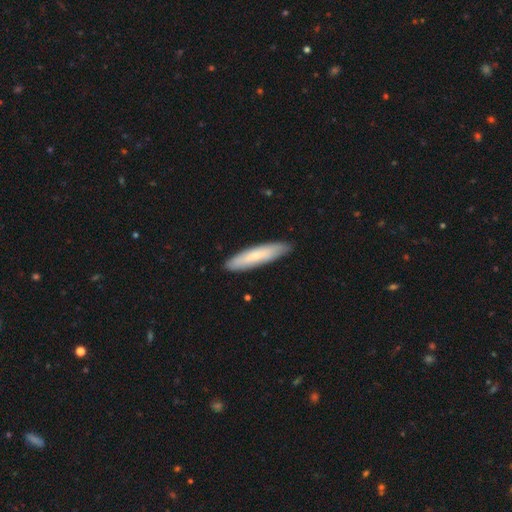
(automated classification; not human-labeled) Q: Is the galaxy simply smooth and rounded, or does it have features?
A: smooth — 70%.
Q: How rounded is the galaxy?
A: cigar-shaped — 81%.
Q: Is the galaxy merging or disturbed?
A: none — 89%.